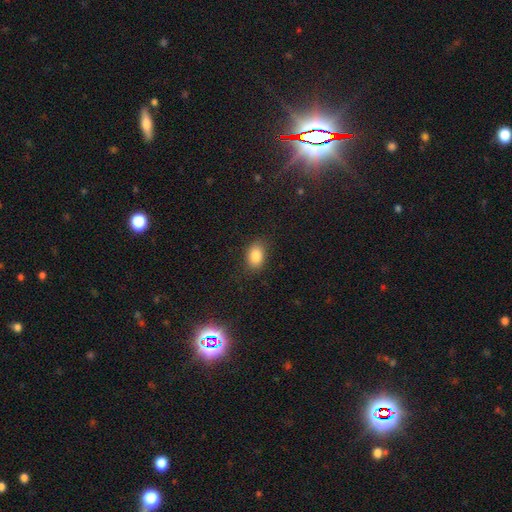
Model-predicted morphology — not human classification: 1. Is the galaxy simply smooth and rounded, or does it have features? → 84% smooth, 9% star or artifact, 7% featured or disk.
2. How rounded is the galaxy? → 81% in between, 17% round, 1% cigar-shaped.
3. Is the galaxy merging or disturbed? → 82% none, 13% minor disturbance, 3% major disturbance, 1% merger.